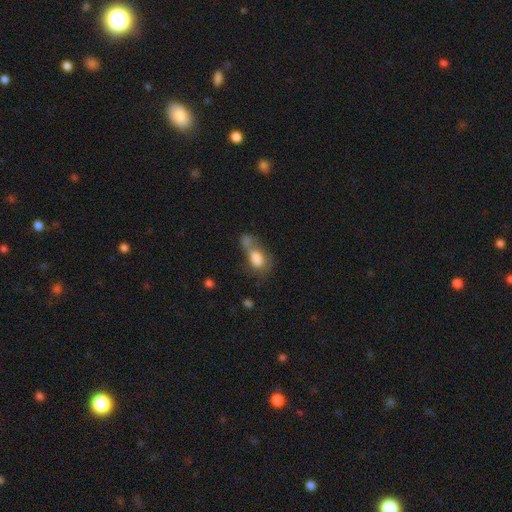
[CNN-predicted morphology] A smooth galaxy with no disk features (70%) that is in between round and cigar-shaped (76%). Merging: merger (42%).